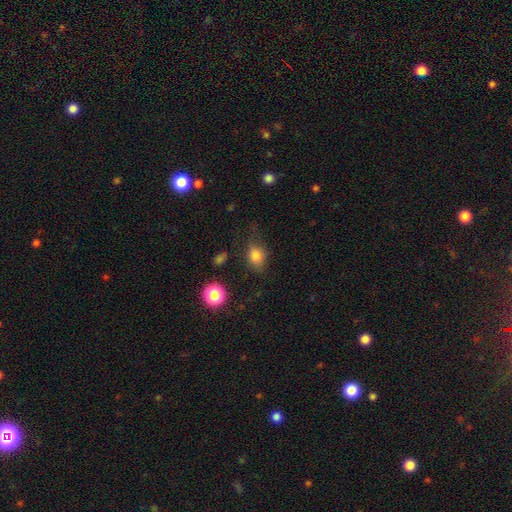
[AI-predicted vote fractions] smooth_or_featured: smooth (p=0.81) [alt: star or artifact p=0.12]
how_rounded: in between (p=0.54) [alt: round p=0.44]
merging: none (p=0.66) [alt: minor disturbance p=0.23]